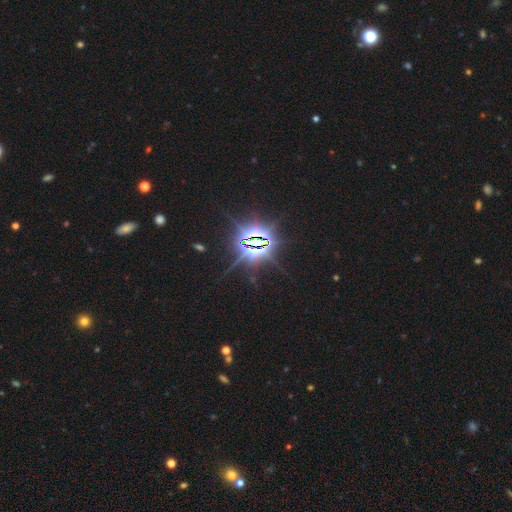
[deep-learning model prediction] This is clearly a star or artifact rather than a galaxy (87%).